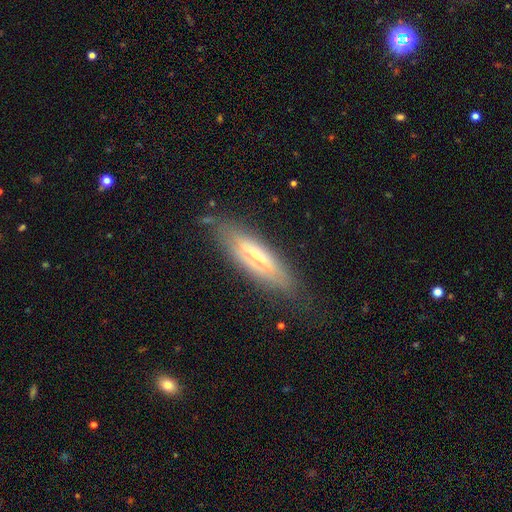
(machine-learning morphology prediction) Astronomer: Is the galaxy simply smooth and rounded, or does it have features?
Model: featured or disk — 58% (runner-up: smooth, 34%).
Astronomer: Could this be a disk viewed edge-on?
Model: yes — 83%.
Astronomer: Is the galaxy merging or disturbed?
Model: none — 77%.